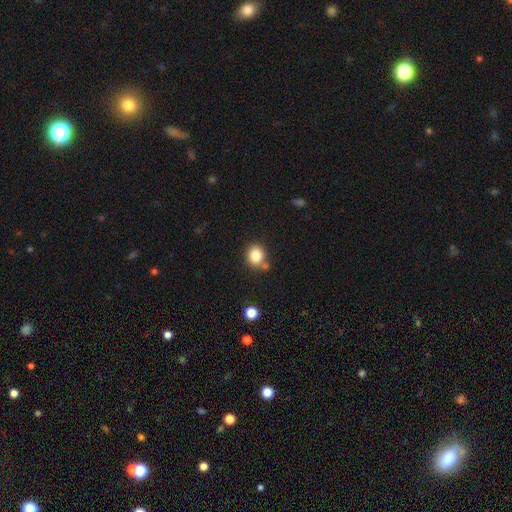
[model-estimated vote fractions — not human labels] Smooth or featured?
  - smooth: 84% *
  - star or artifact: 10%
  - featured or disk: 6%
How rounded?
  - round: 73% *
  - in between: 26%
  - cigar-shaped: 1%
Merging?
  - none: 70% *
  - minor disturbance: 13%
  - merger: 13%
  - major disturbance: 4%